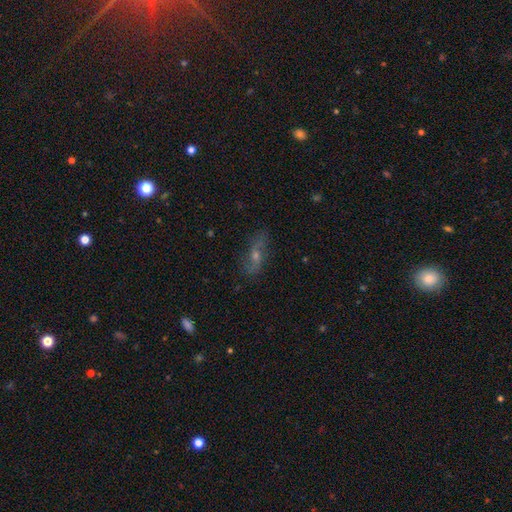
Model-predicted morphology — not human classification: This appears to be a featured or disk galaxy (58%). Merging: none (76%).